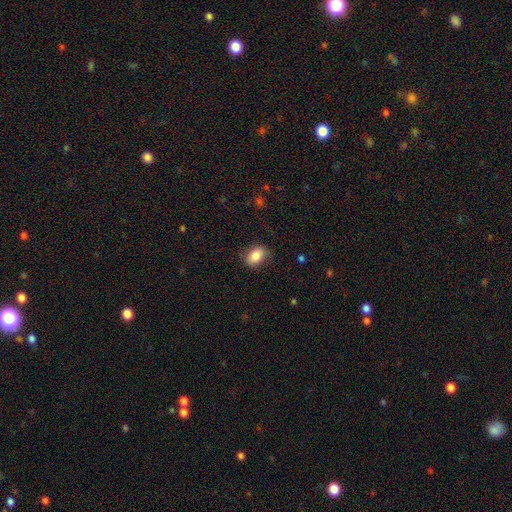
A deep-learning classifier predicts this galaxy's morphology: This appears to be a smooth galaxy with no disk features (81%) that is in between round and cigar-shaped (79%). Merging: none (77%).